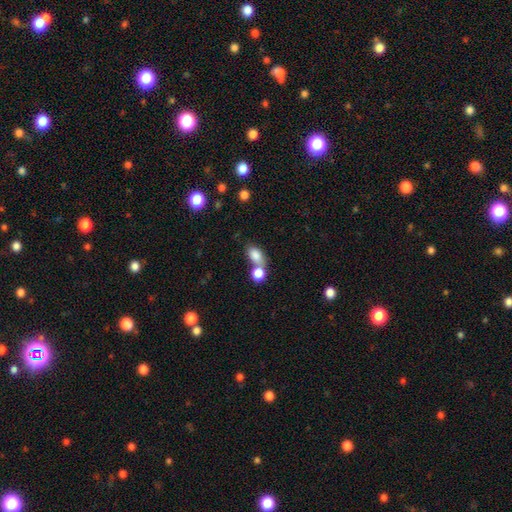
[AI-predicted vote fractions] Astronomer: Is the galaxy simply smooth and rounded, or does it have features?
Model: smooth — 82%.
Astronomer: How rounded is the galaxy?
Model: in between — 82%.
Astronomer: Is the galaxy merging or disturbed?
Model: none — 43% (runner-up: merger, 41%).